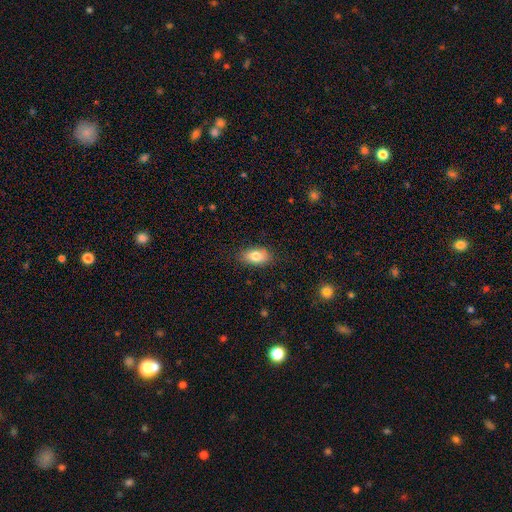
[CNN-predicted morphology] Smooth or featured: smooth — 81% (featured or disk — 11%)
How rounded: in between — 90% (round — 6%)
Merging: none — 83% (minor disturbance — 13%)